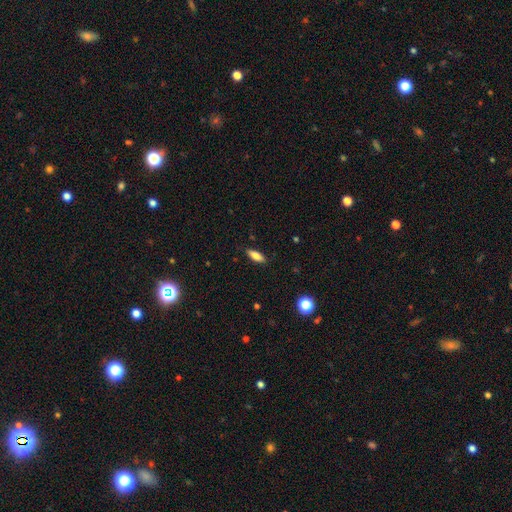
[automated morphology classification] Smooth or featured? smooth (79%)
How rounded? in between (71%)
Merging? none (86%)